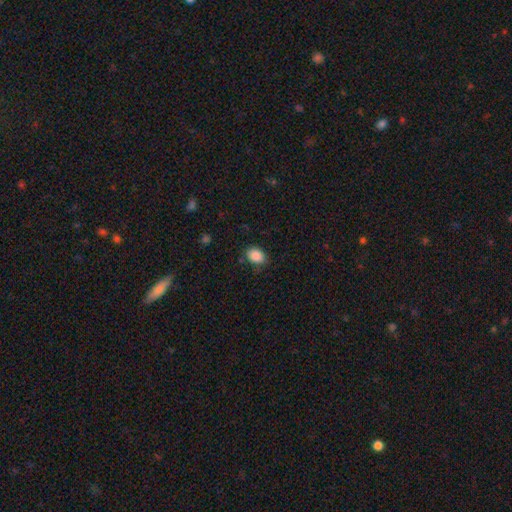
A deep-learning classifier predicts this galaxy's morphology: A smooth galaxy with no disk features (88%) that is in between round and cigar-shaped (69%).

Vote fractions:
- Smooth or featured? smooth: 88% / star or artifact: 8% / featured or disk: 4%
- How rounded? in between: 69% / round: 30% / cigar-shaped: 1%
- Merging? none: 79% / minor disturbance: 16% / major disturbance: 3% / merger: 2%